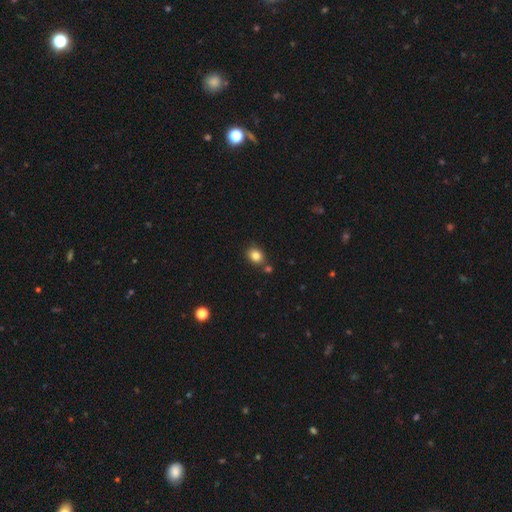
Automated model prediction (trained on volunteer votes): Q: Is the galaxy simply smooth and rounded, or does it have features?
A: smooth — 83%.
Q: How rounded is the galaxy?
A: round — 60%.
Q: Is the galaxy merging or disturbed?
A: none — 75%.